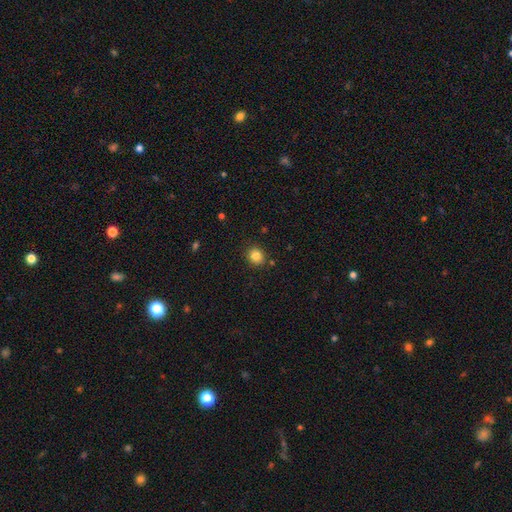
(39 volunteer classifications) smooth_or_featured: smooth (p=0.82) [alt: star or artifact p=0.10]
how_rounded: round (p=0.84) [alt: in between p=0.16]
merging: none (p=0.74) [alt: minor disturbance p=0.17]